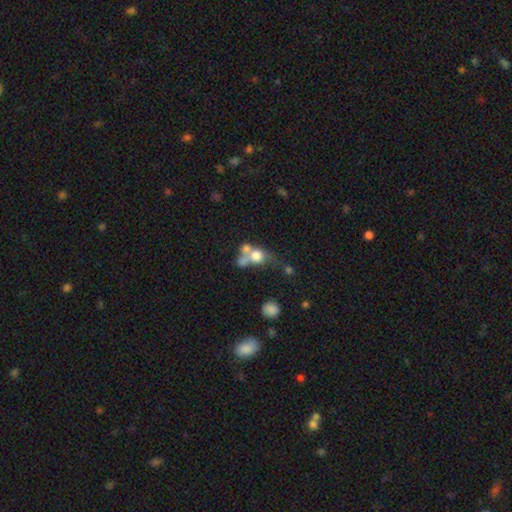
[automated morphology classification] smooth 65%, featured or disk 24%, star or artifact 12%. Down the decision tree: how rounded — round (67%); merging — merger (57%).